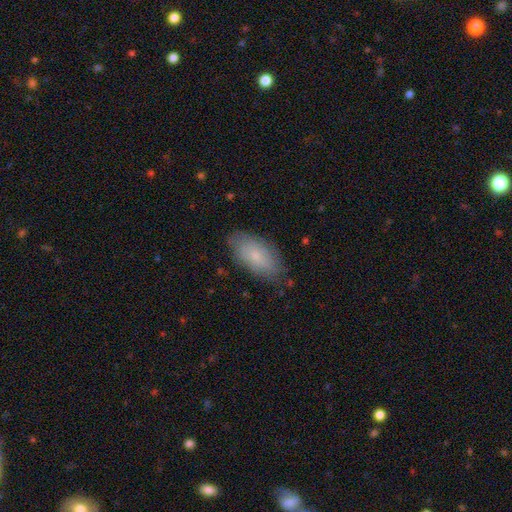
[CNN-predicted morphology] Smooth or featured? Predicted: smooth (p=0.69). How rounded? Predicted: in between (p=0.91). Merging? Predicted: none (p=0.77).